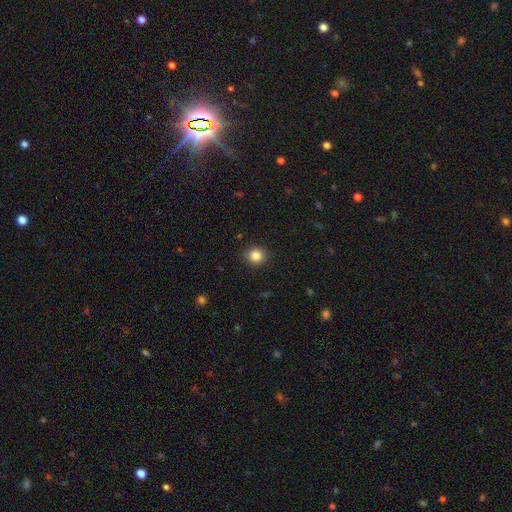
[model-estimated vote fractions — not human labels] Smooth or featured? smooth (84%)
How rounded? round (88%)
Merging? none (89%)